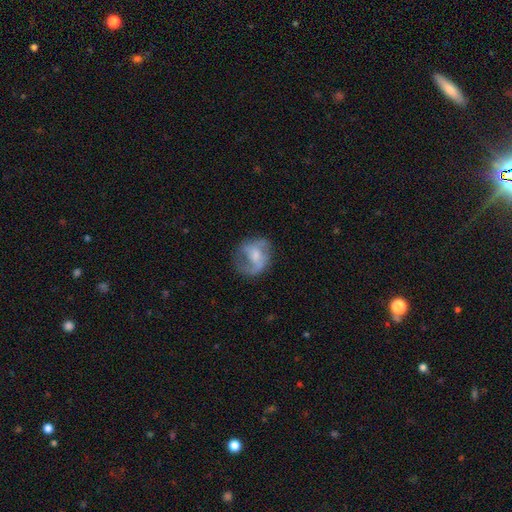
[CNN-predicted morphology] Smooth or featured: featured or disk — 55% (smooth — 37%)
Edge-on disk: no — 97% (yes — 3%)
Bar: no — 51% (weak — 38%)
Spiral arms: yes — 66% (no — 34%)
Bulge size: moderate — 40% (small — 28%)
Merging: none — 51% (major disturbance — 24%)